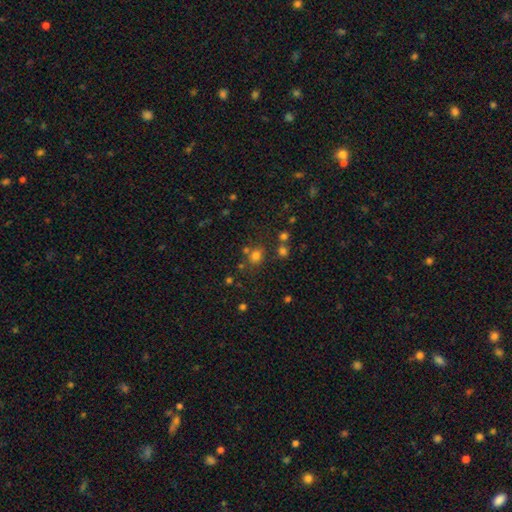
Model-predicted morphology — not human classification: This appears to be a smooth galaxy with no disk features (73%) that is round (73%). Merging: none (69%).